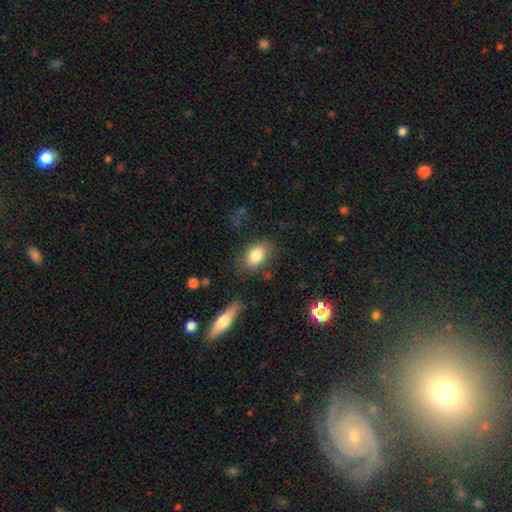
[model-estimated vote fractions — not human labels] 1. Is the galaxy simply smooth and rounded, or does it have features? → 82% smooth, 10% featured or disk, 8% star or artifact.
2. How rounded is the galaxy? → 86% in between, 12% round, 2% cigar-shaped.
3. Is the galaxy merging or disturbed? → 77% none, 15% minor disturbance, 5% major disturbance, 3% merger.